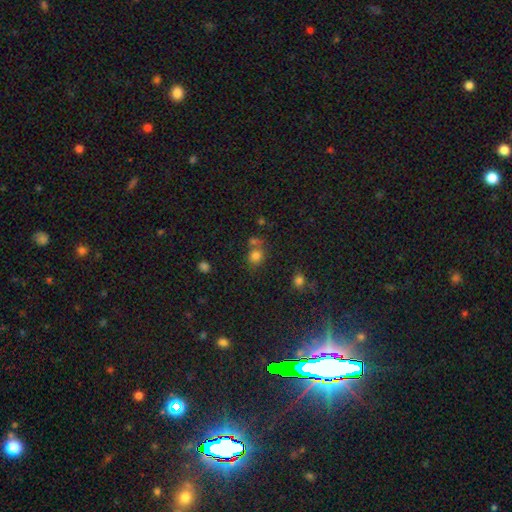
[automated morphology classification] type=smooth (77%); roundness=round (74%); merging=none (53%).